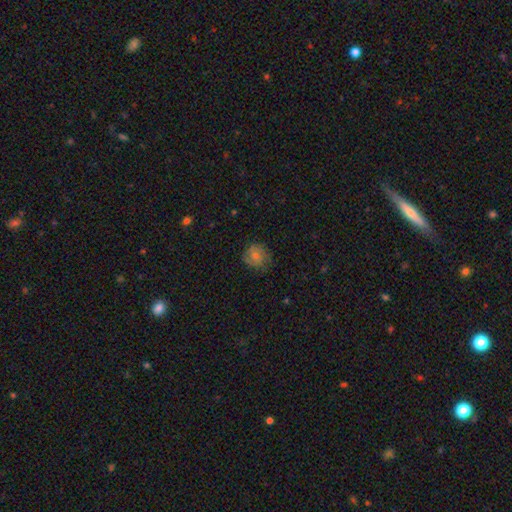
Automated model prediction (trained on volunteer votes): This appears to be a smooth galaxy with no disk features (58%) that is round (79%). Merging: none (77%).